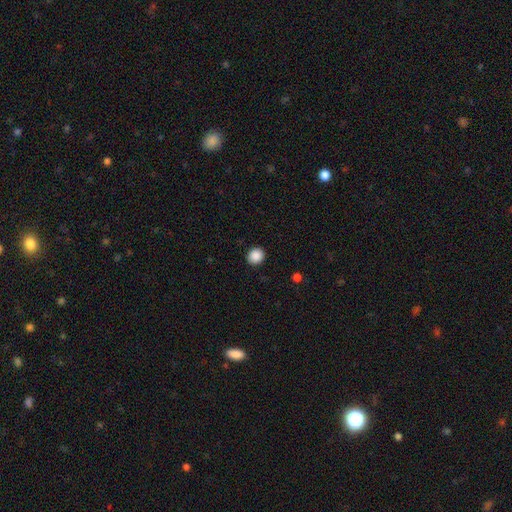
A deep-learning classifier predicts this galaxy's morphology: smooth-or-featured: smooth: 89% | star or artifact: 9% | featured or disk: 2%
  how-rounded: round: 88% | in between: 11% | cigar-shaped: 1%
  merging: none: 92% | minor disturbance: 5% | major disturbance: 2% | merger: 1%